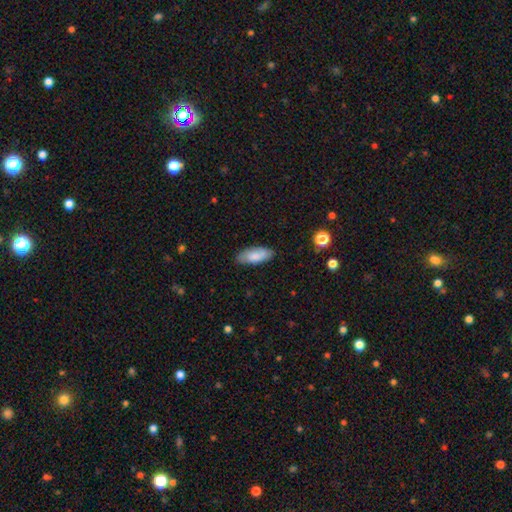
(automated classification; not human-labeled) Overall: smooth (81%). How rounded: in between (82%). Merging: none (83%).